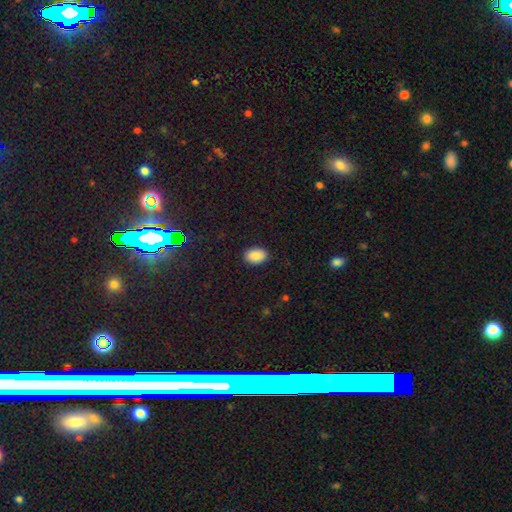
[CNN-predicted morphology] A smooth galaxy with no disk features (89%) that is in between round and cigar-shaped (87%). Merging: none (89%).